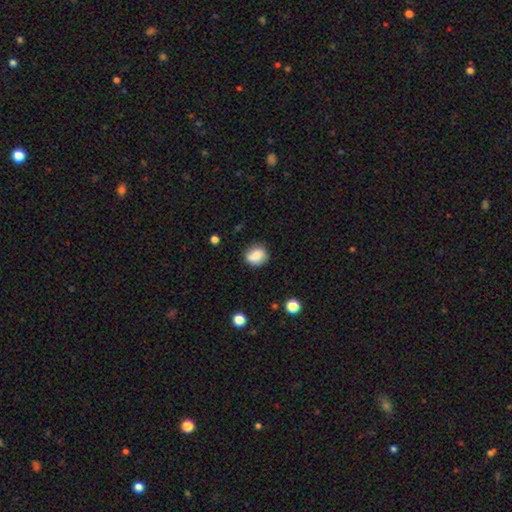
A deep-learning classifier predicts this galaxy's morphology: A smooth galaxy with no disk features (81%) that is round (69%).

Vote fractions:
- Smooth or featured? smooth: 81% / featured or disk: 10% / star or artifact: 9%
- How rounded? round: 69% / in between: 30% / cigar-shaped: 1%
- Merging? none: 74% / minor disturbance: 19% / major disturbance: 5% / merger: 3%